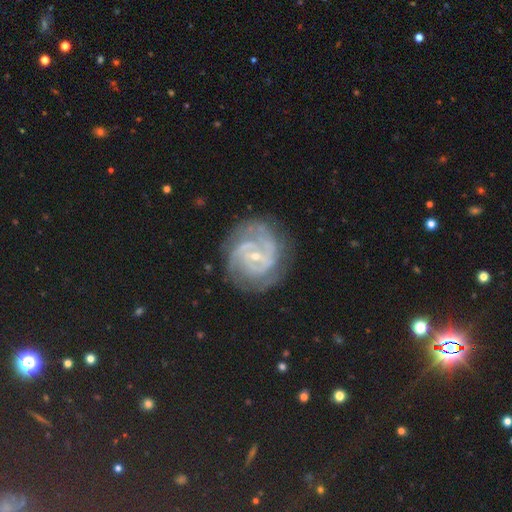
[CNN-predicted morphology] smooth_or_featured: featured or disk (p=0.86) [alt: smooth p=0.08]
disk_edge_on: no (p=0.97) [alt: yes p=0.03]
bar: weak (p=0.47) [alt: no p=0.36]
has_spiral_arms: yes (p=0.94) [alt: no p=0.06]
spiral_winding: tight (p=0.60) [alt: medium p=0.33]
spiral_arm_count: 2 (p=0.35) [alt: can't tell p=0.25]
bulge_size: small (p=0.74) [alt: moderate p=0.22]
merging: none (p=0.73) [alt: minor disturbance p=0.18]